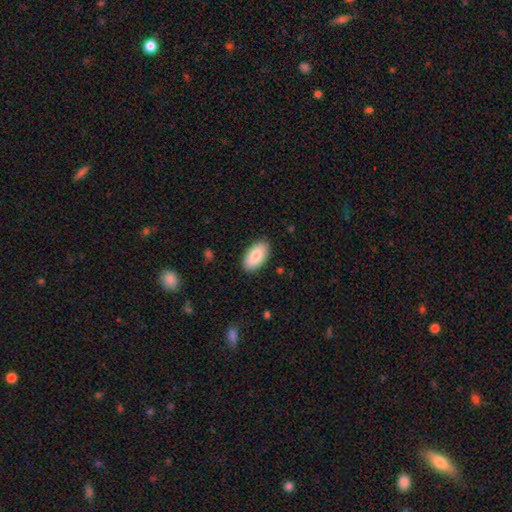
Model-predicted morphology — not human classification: type=smooth (82%); roundness=in between (95%); merging=none (88%).